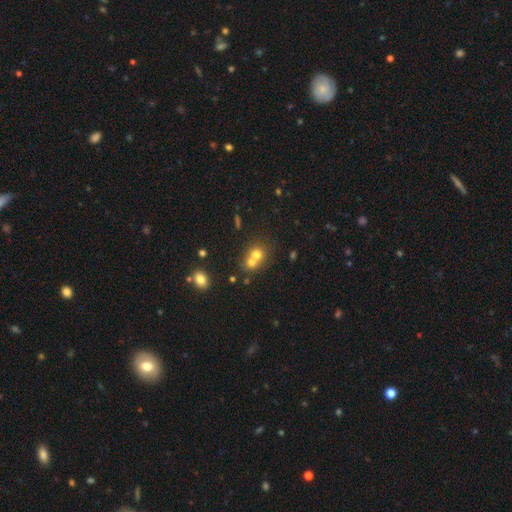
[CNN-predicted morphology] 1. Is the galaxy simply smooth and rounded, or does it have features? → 66% smooth, 17% star or artifact, 17% featured or disk.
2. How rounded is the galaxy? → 78% round, 21% in between, 1% cigar-shaped.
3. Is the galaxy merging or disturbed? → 55% merger, 37% none, 6% minor disturbance, 3% major disturbance.